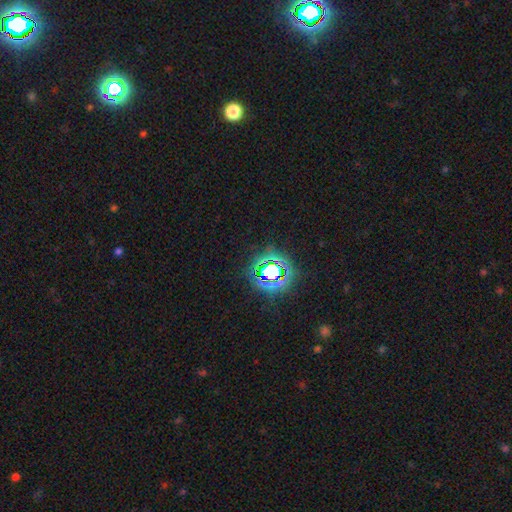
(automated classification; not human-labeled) smooth-or-featured: star or artifact: 80% | smooth: 13% | featured or disk: 7%